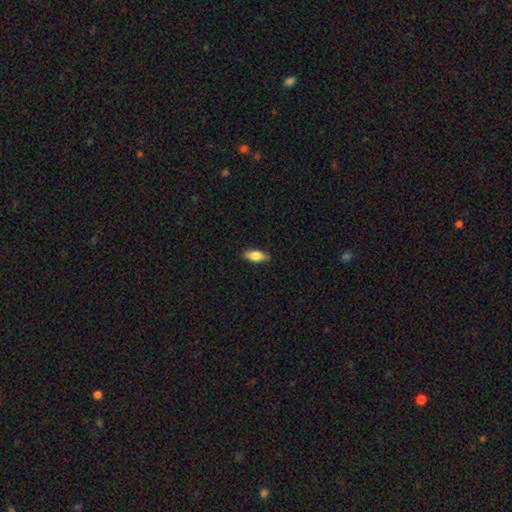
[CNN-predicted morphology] Q: Smooth or featured?
A: smooth (80%); runner-up: featured or disk (13%)
Q: How rounded?
A: in between (82%); runner-up: cigar-shaped (16%)
Q: Merging?
A: none (87%); runner-up: minor disturbance (11%)